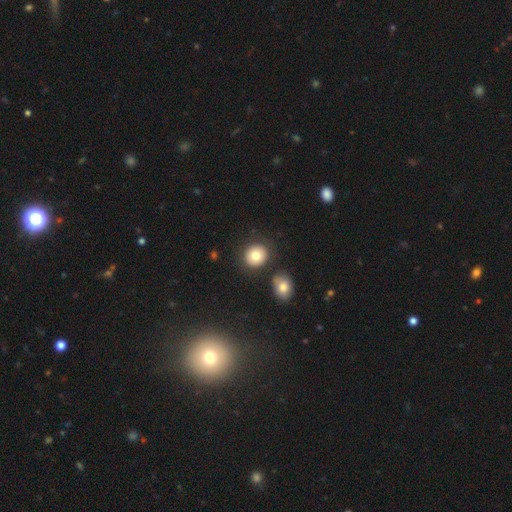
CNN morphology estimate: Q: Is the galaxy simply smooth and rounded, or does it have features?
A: smooth — 81%.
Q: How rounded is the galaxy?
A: round — 80%.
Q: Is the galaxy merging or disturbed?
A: none — 81%.